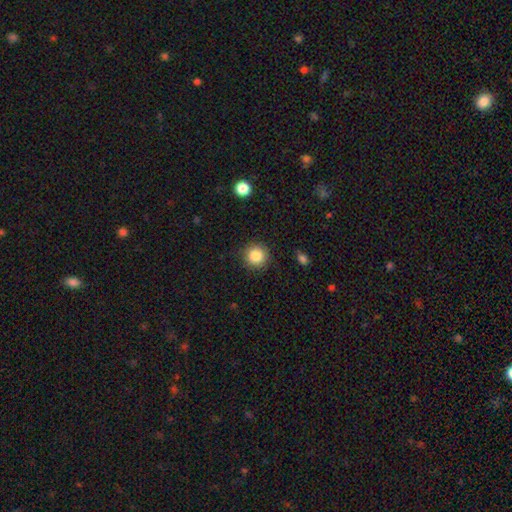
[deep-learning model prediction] Smooth or featured: smooth — 85% (star or artifact — 10%)
How rounded: round — 94% (in between — 5%)
Merging: none — 88% (minor disturbance — 8%)